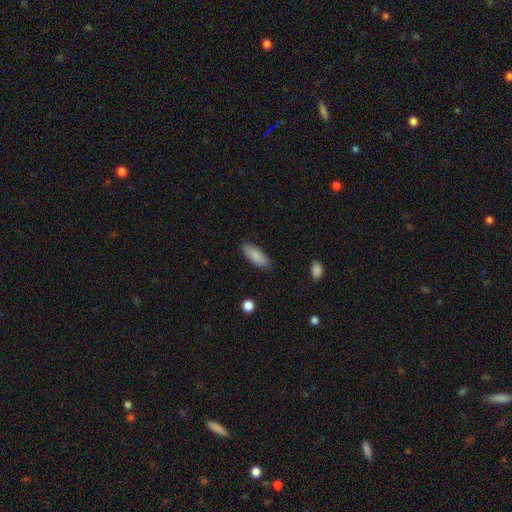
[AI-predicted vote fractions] Smooth or featured: smooth — 87% (featured or disk — 7%)
How rounded: in between — 73% (cigar-shaped — 26%)
Merging: none — 86% (minor disturbance — 10%)